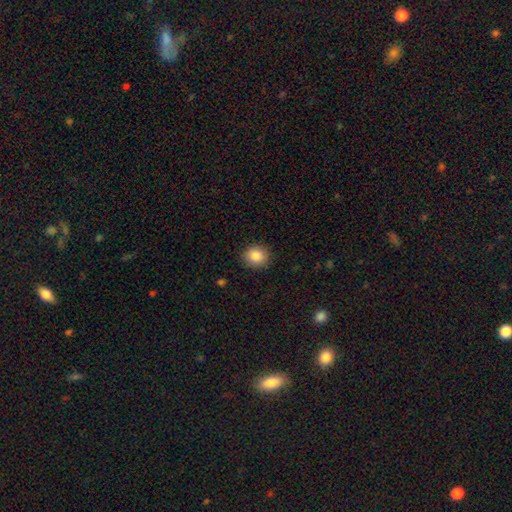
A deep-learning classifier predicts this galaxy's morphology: smooth 86%, star or artifact 9%, featured or disk 5%. Down the decision tree: how rounded — round (82%); merging — none (90%).